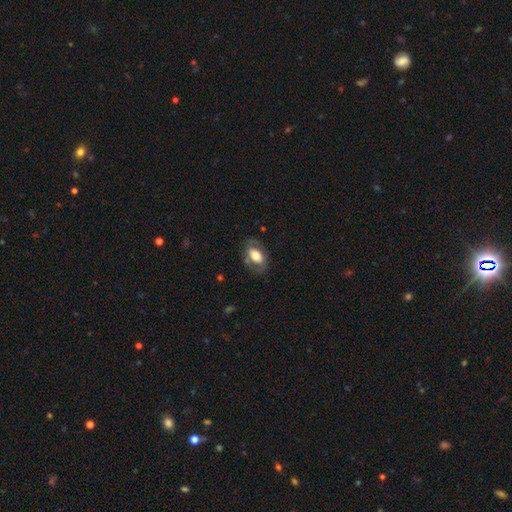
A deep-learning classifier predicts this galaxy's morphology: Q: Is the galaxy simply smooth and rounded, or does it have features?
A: smooth — 53%.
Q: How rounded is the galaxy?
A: in between — 88%.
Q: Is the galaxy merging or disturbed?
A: none — 71%.